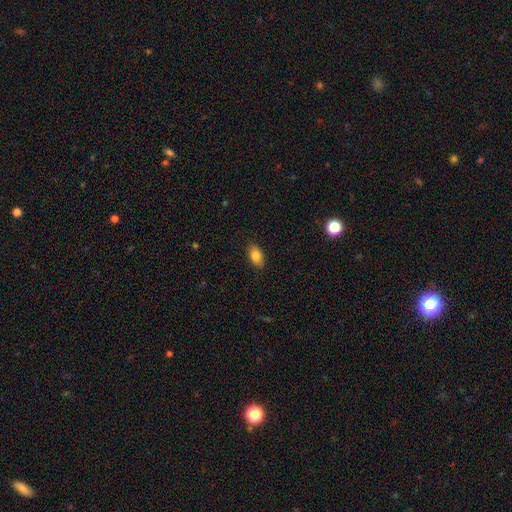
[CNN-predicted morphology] The model was most divided on "smooth or featured": smooth: 81%, featured or disk: 11%, star or artifact: 8%. More confident: how rounded — in between (89%); merging — none (86%).